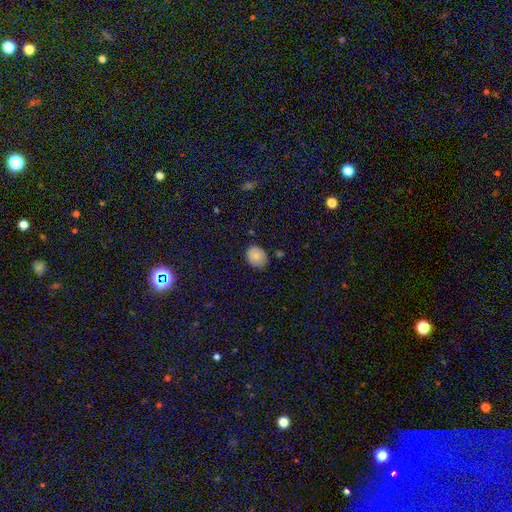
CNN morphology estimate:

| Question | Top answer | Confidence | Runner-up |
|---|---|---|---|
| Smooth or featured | smooth | 83% | star or artifact (9%) |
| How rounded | round | 57% | in between (42%) |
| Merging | none | 79% | minor disturbance (16%) |